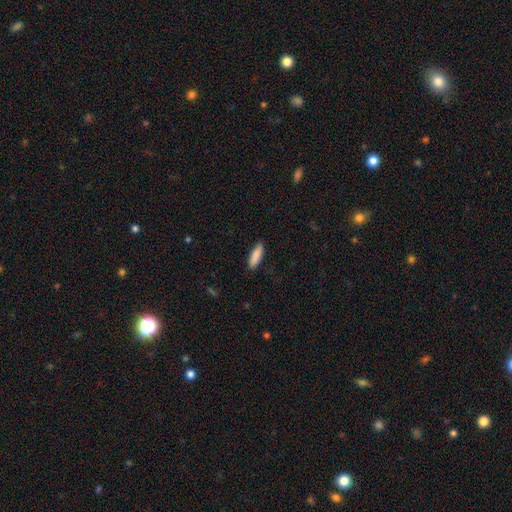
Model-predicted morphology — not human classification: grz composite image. It shows a smooth galaxy with no disk features (88%) that is cigar-shaped (56%). Merging: none (87%).